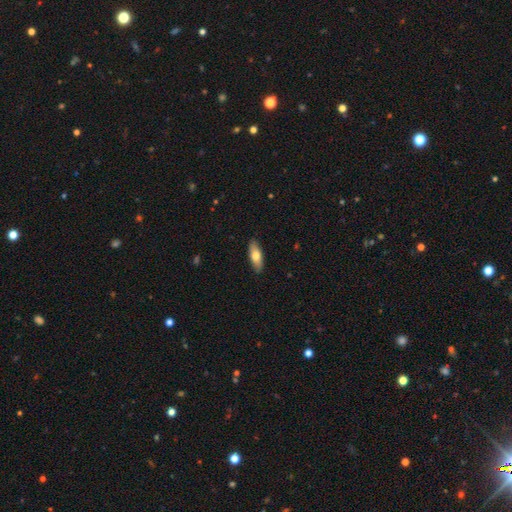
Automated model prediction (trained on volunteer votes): A smooth galaxy with no disk features (69%) that is in between round and cigar-shaped (66%).

Vote fractions:
- Smooth or featured? smooth: 69% / featured or disk: 25% / star or artifact: 6%
- How rounded? in between: 66% / cigar-shaped: 31% / round: 2%
- Merging? none: 88% / minor disturbance: 9% / major disturbance: 2% / merger: 1%